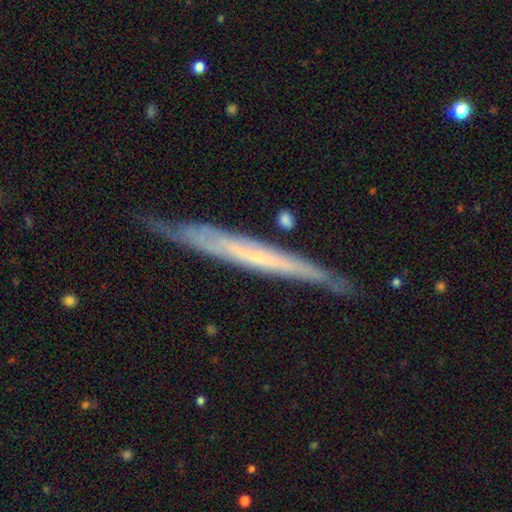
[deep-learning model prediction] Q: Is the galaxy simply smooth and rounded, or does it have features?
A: featured or disk — 70%.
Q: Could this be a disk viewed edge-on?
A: yes — 87%.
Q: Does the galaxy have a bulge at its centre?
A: none — 81%.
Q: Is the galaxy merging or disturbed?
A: none — 75%.